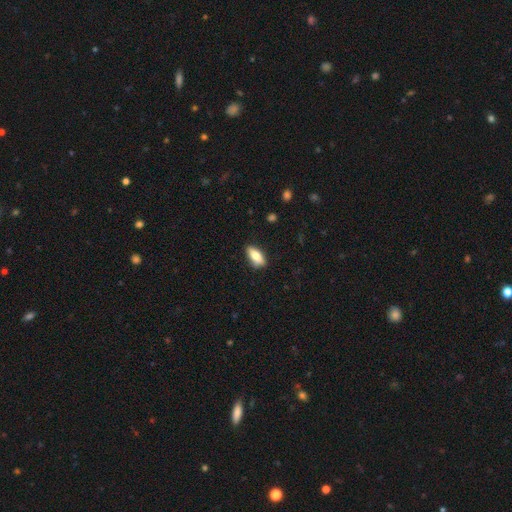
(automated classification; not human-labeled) smooth_or_featured: smooth (p=0.73) [alt: featured or disk p=0.20]
how_rounded: in between (p=0.81) [alt: cigar-shaped p=0.16]
merging: none (p=0.81) [alt: minor disturbance p=0.15]